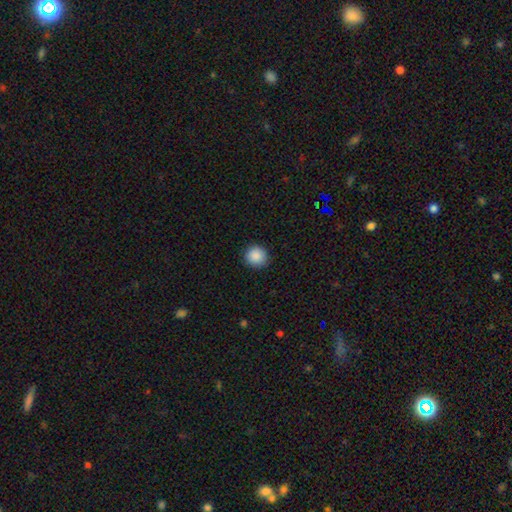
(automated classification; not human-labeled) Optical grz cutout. It shows a smooth galaxy with no disk features (89%) that is round (91%). Merging: none (91%).